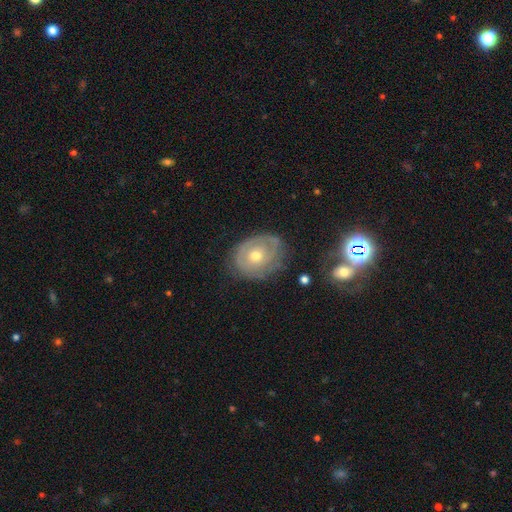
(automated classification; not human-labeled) Smooth or featured? featured or disk (67%)
Edge-on disk? no (96%)
Bar? no (84%)
Spiral arms? yes (69%)
Bulge size? moderate (61%)
Merging? none (68%)